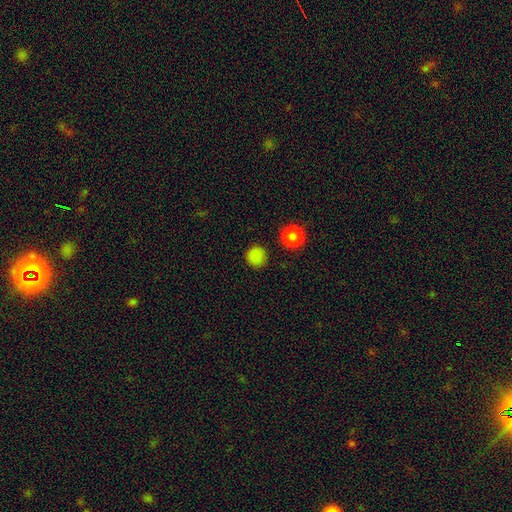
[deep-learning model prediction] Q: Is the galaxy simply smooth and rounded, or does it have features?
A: smooth — 83%.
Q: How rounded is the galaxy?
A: round — 94%.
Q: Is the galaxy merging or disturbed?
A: none — 89%.